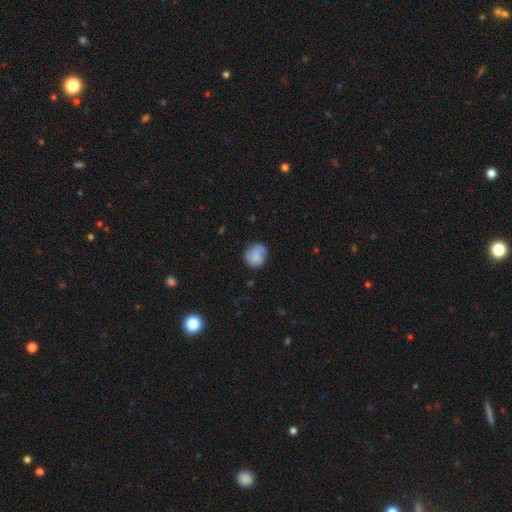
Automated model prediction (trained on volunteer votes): The model was most divided on "smooth or featured": smooth: 70%, featured or disk: 22%, star or artifact: 8%. More confident: how rounded — round (75%); merging — none (71%).